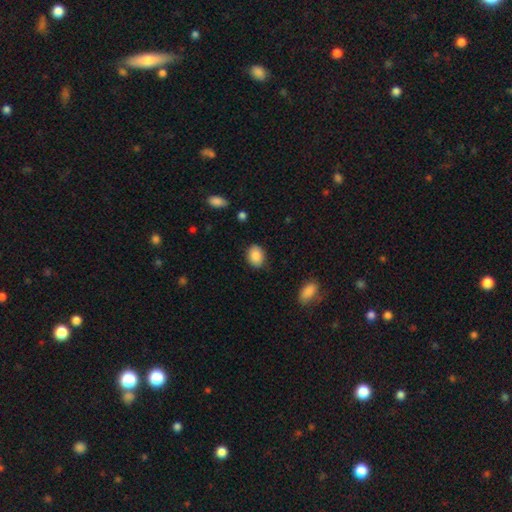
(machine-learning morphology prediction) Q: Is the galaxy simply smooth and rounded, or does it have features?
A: smooth — 88%.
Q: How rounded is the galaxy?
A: in between — 70%.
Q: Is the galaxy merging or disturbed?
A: none — 82%.